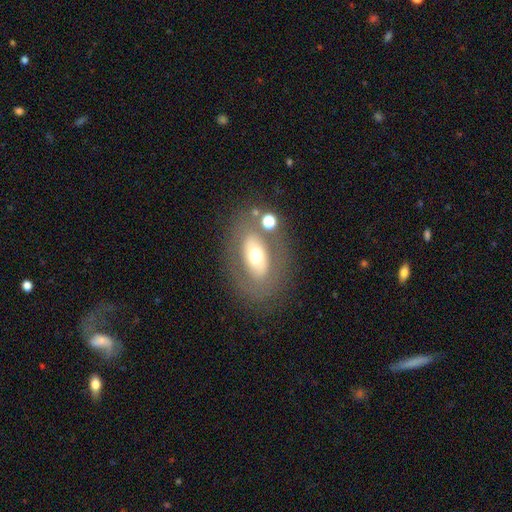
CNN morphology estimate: smooth-or-featured: featured or disk: 45% (tied) | smooth: 45% (tied) | star or artifact: 10%
  merging: none: 72% | minor disturbance: 13% | major disturbance: 8% | merger: 7%